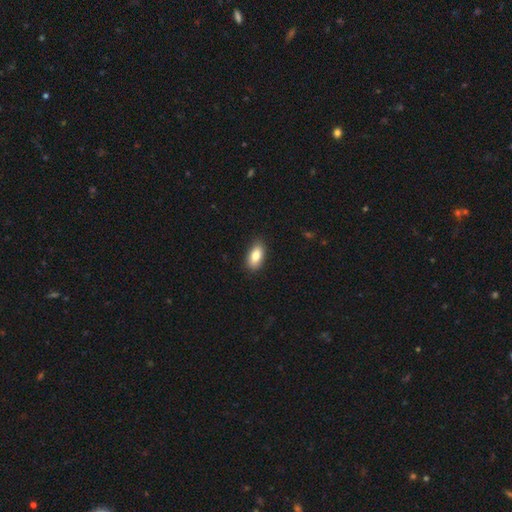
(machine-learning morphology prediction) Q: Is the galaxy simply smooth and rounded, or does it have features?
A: smooth — 83%.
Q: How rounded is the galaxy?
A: in between — 90%.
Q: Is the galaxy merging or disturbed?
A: none — 87%.